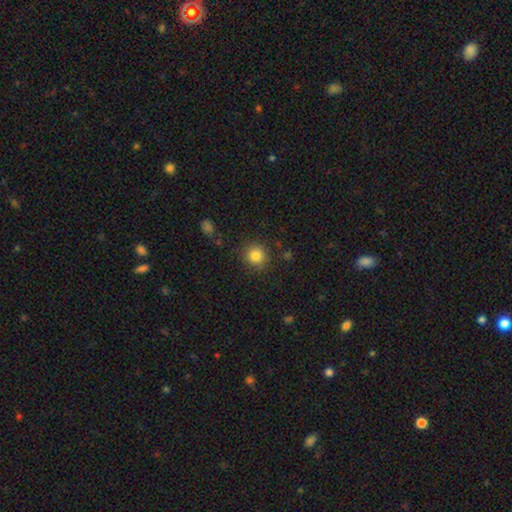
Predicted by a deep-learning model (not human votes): A smooth galaxy with no disk features (83%) that is round (91%).

Vote fractions:
- Smooth or featured? smooth: 83% / star or artifact: 11% / featured or disk: 6%
- How rounded? round: 91% / in between: 8% / cigar-shaped: 1%
- Merging? none: 87% / minor disturbance: 9% / major disturbance: 3% / merger: 2%